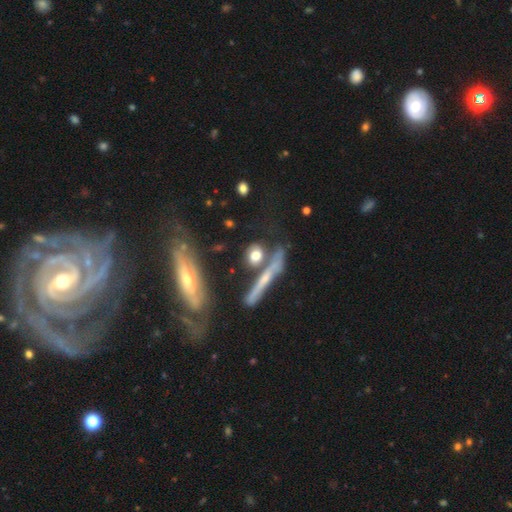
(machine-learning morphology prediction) Overall: smooth (65%; featured or disk 25%). How rounded: round (50%; in between 32%). Merging: none (55%; merger 20%).